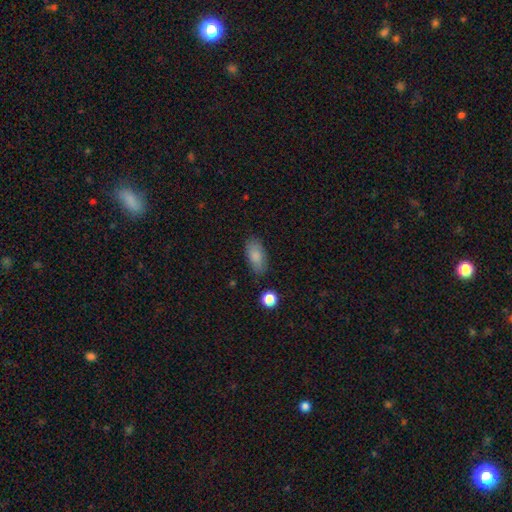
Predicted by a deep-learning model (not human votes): smooth 82%, featured or disk 10%, star or artifact 8%. Down the decision tree: how rounded — in between (90%); merging — none (78%).